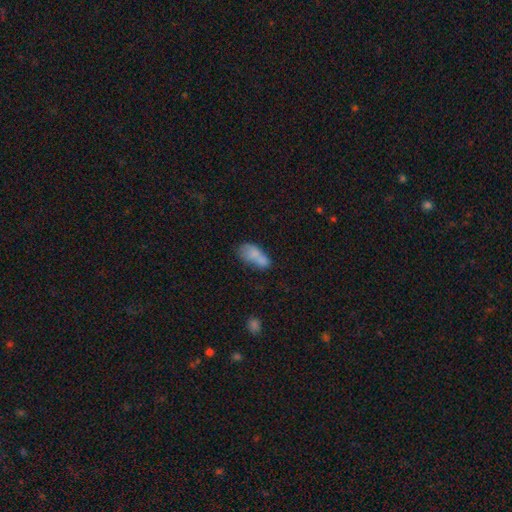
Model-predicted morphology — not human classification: A smooth galaxy with no disk features (71%) that is in between round and cigar-shaped (85%).

Vote fractions:
- Smooth or featured? smooth: 71% / featured or disk: 19% / star or artifact: 9%
- How rounded? in between: 85% / round: 8% / cigar-shaped: 7%
- Merging? merger: 43% / none: 28% / minor disturbance: 18% / major disturbance: 12%